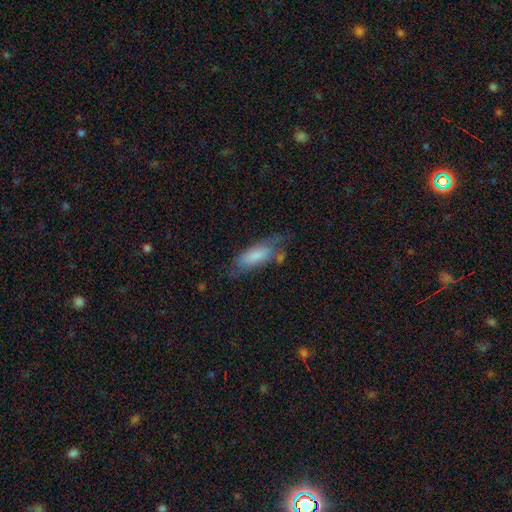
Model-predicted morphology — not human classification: Q: Smooth or featured?
A: smooth (71%); runner-up: featured or disk (23%)
Q: How rounded?
A: in between (64%); runner-up: cigar-shaped (34%)
Q: Merging?
A: none (50%); runner-up: minor disturbance (29%)